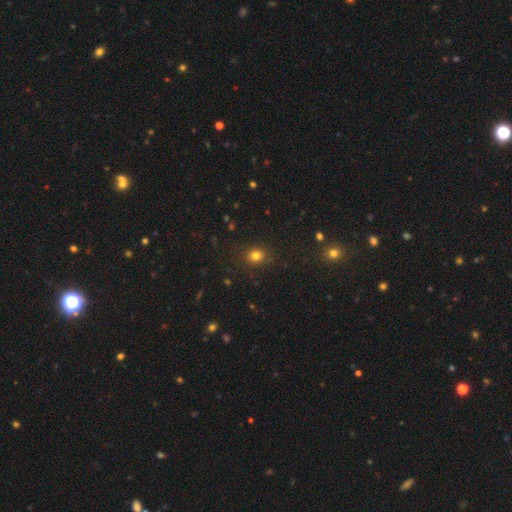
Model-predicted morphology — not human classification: Smooth or featured? Predicted: smooth (p=0.80). How rounded? Predicted: round (p=0.72). Merging? Predicted: none (p=0.87).